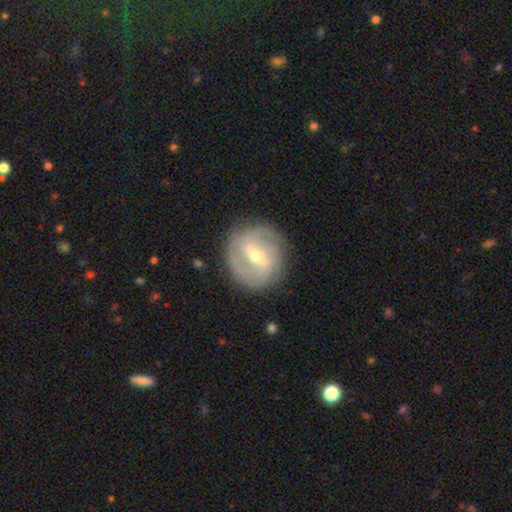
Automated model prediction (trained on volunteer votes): Morphology: type=featured or disk (77%); edge-on=no (96%); bar=weak (49%); spiral arms=yes (85%); winding=tight (43%); arm count=2 (58%); bulge=small (49%); merging=none (82%).